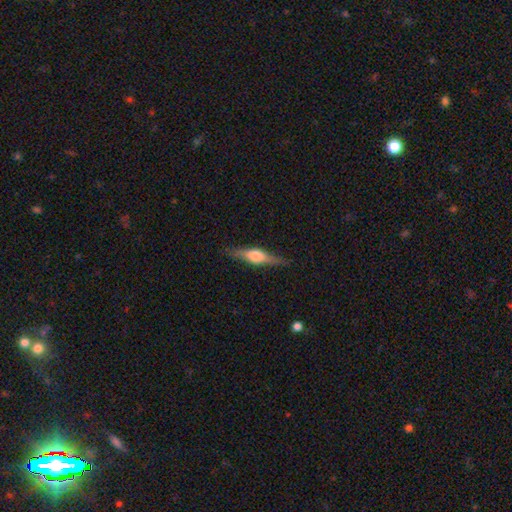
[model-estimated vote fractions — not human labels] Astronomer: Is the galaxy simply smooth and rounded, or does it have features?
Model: featured or disk — 64%.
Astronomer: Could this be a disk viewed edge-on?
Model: yes — 96%.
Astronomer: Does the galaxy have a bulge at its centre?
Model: rounded — 85%.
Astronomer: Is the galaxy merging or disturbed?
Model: none — 86%.